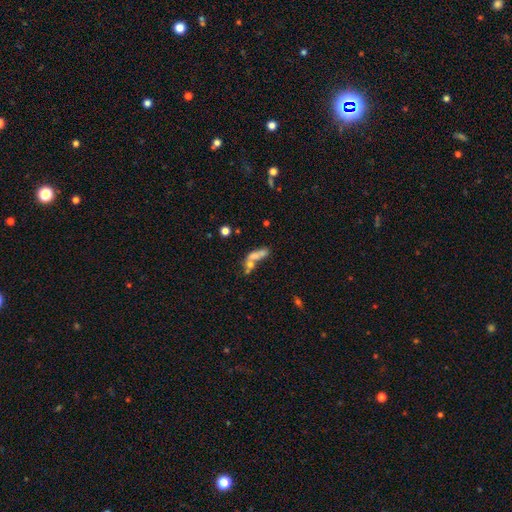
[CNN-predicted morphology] The model was most divided on "how rounded": in between: 55%, cigar-shaped: 36%, round: 9%. More confident: smooth or featured — smooth (58%); merging — merger (55%).